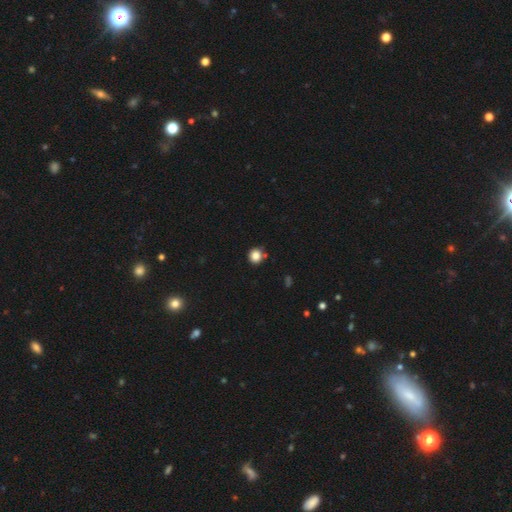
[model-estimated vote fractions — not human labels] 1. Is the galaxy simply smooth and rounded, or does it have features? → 84% smooth, 11% star or artifact, 4% featured or disk.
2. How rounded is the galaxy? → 91% round, 8% in between, 1% cigar-shaped.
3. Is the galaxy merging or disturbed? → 80% none, 11% minor disturbance, 6% merger, 3% major disturbance.